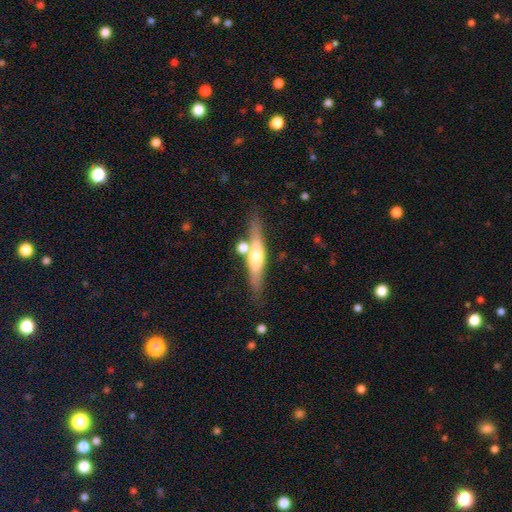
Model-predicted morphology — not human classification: smooth-or-featured: featured or disk: 58% | smooth: 36% | star or artifact: 7%
  disk-edge-on: yes: 91% | no: 9%
    edge-on-bulge: rounded: 87% | boxy: 7% | none: 7%
  merging: none: 72% | minor disturbance: 12% | merger: 12% | major disturbance: 3%